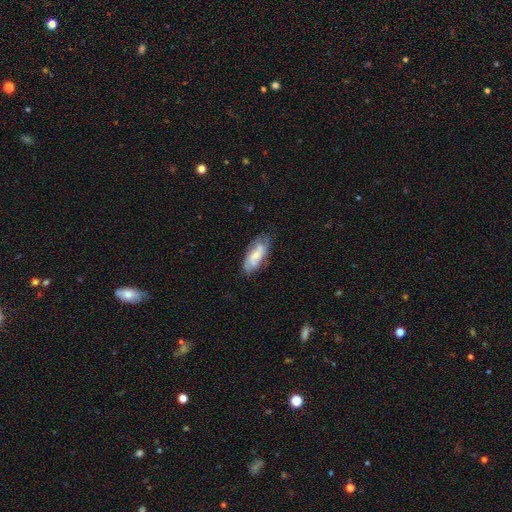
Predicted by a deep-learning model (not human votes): This is possibly a smooth galaxy (48%). Merging: likely none (61%).